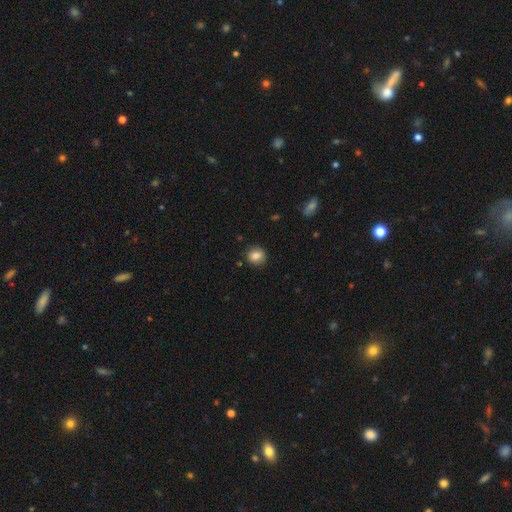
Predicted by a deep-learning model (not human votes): smooth_or_featured: smooth (p=0.83) [alt: star or artifact p=0.09]
how_rounded: round (p=0.75) [alt: in between p=0.24]
merging: none (p=0.84) [alt: minor disturbance p=0.12]